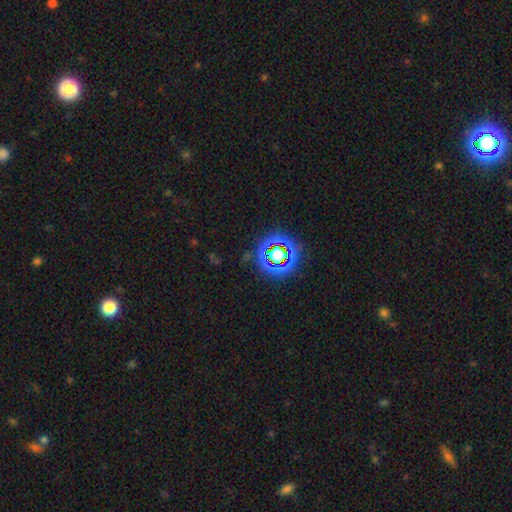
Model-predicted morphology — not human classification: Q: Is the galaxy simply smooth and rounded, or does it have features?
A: star or artifact — 67%.